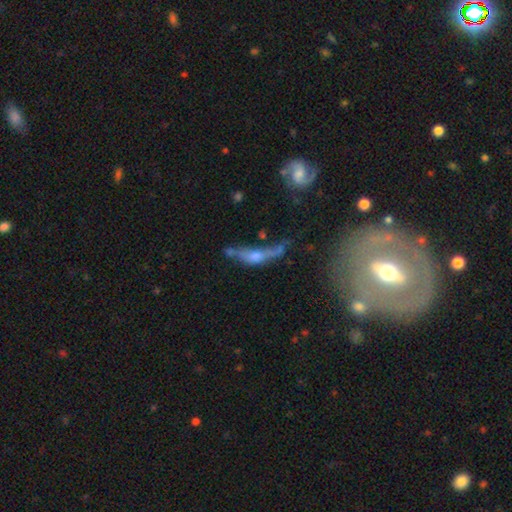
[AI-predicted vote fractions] A featured or disk galaxy (51%) viewed edge-on (51%).

Vote fractions:
- Smooth or featured? featured or disk: 51% / smooth: 35% / star or artifact: 14%
- Edge-on disk? yes: 51% / no: 49%
- Merging? major disturbance: 29% / none: 27% / merger: 24% / minor disturbance: 20%